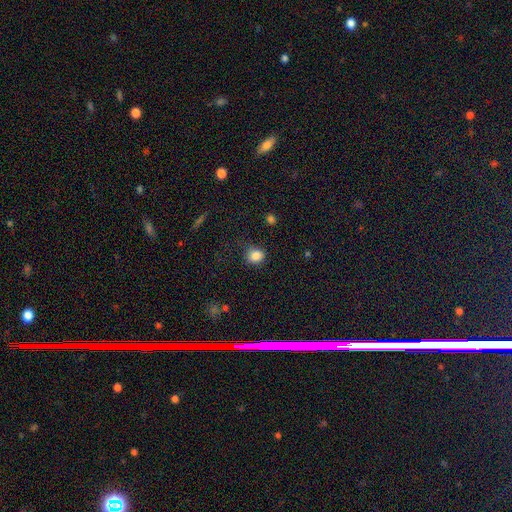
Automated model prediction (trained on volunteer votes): Smooth or featured? smooth (84%)
How rounded? round (75%)
Merging? none (76%)